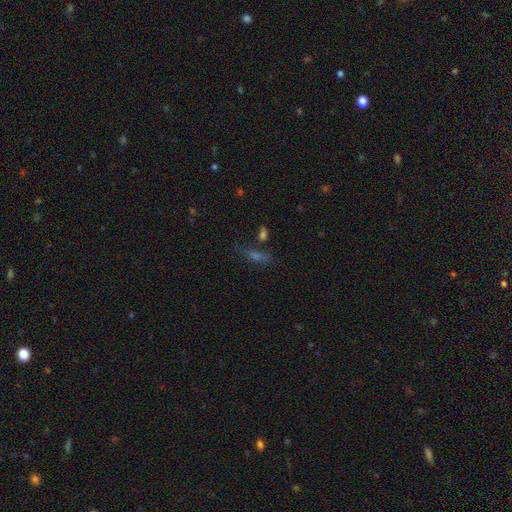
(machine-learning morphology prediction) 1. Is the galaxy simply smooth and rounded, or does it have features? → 46% smooth, 32% star or artifact, 22% featured or disk.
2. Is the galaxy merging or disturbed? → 62% none, 15% minor disturbance, 13% merger, 9% major disturbance.